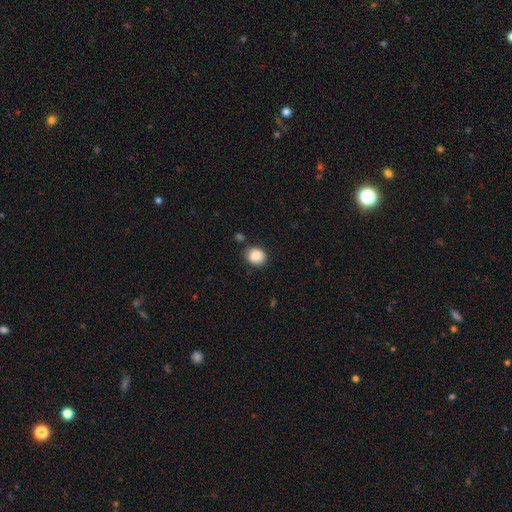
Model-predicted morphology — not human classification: This appears to be a smooth galaxy with no disk features (88%) that is round (69%). Merging: none (82%).